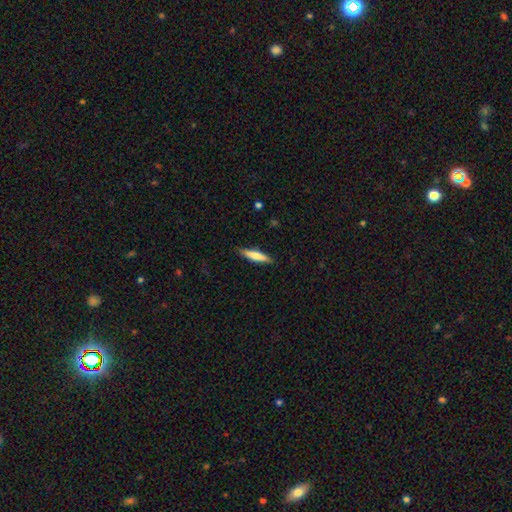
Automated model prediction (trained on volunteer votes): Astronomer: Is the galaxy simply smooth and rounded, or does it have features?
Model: smooth — 70%.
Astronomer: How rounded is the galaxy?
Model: cigar-shaped — 81%.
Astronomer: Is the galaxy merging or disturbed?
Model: none — 87%.